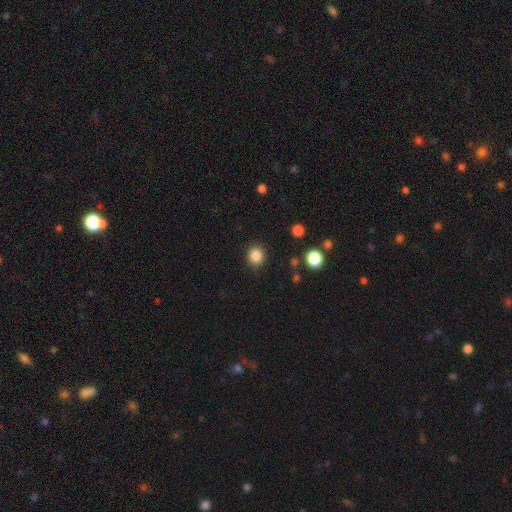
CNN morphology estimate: Q: Smooth or featured?
A: smooth (86%); runner-up: star or artifact (11%)
Q: How rounded?
A: round (83%); runner-up: in between (16%)
Q: Merging?
A: none (88%); runner-up: minor disturbance (8%)